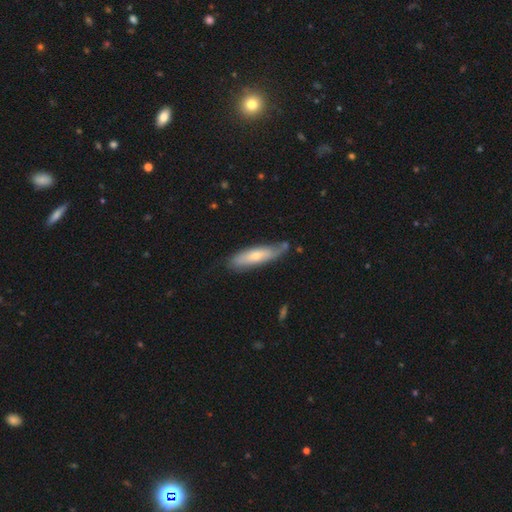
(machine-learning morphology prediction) Smooth or featured: smooth — 52% (featured or disk — 41%)
How rounded: cigar-shaped — 71% (in between — 28%)
Merging: none — 68% (minor disturbance — 24%)